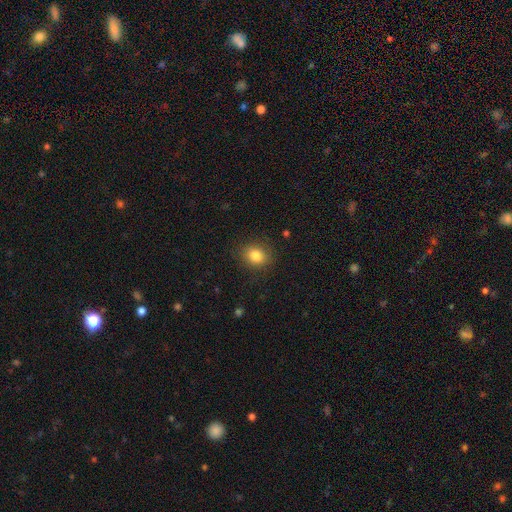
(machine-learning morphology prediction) Smooth or featured? Predicted: smooth (p=0.83). How rounded? Predicted: round (p=0.58). Merging? Predicted: none (p=0.87).